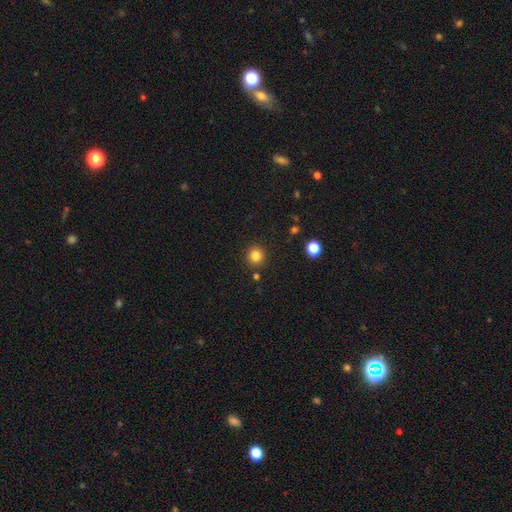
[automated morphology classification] smooth 83%, star or artifact 12%, featured or disk 5%. Down the decision tree: how rounded — round (92%); merging — none (89%).